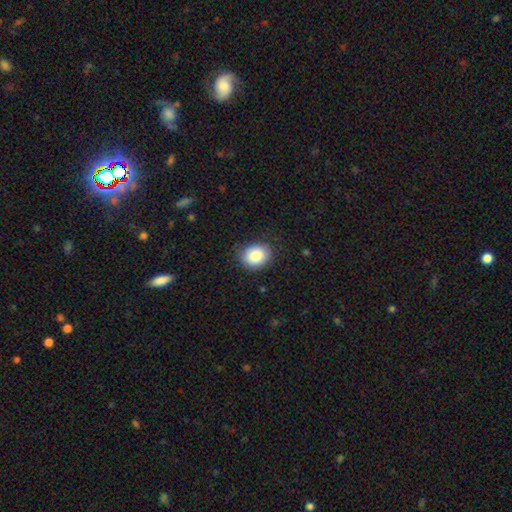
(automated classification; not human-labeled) This is clearly a smooth galaxy (85%). How rounded: possibly round (57%). Merging: clearly none (84%).